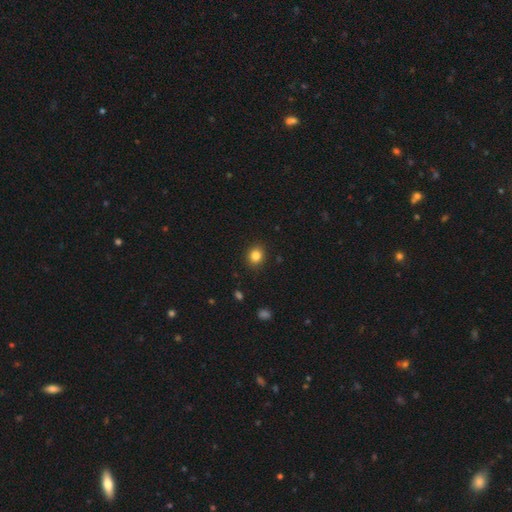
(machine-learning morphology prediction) This appears to be a smooth galaxy with no disk features (84%) that is round (73%). Merging: none (90%).